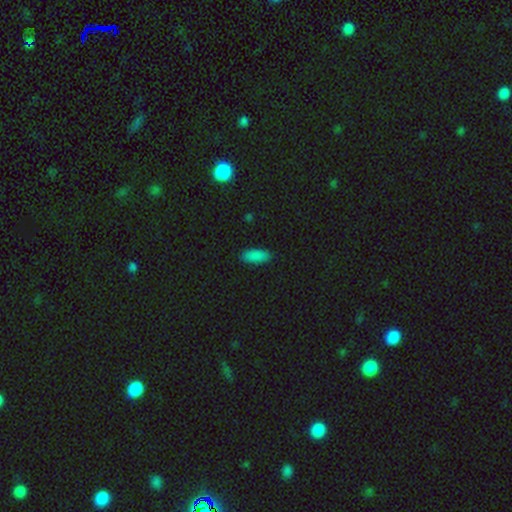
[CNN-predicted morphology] The model was most divided on "how rounded": in between: 79%, cigar-shaped: 19%, round: 2%. More confident: merging — none (88%); smooth or featured — smooth (87%).